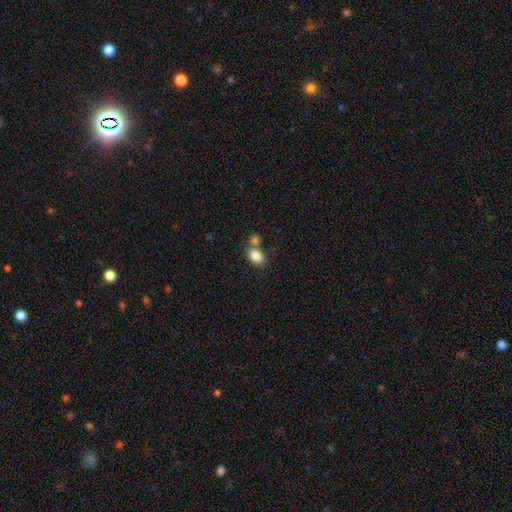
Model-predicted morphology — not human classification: This is clearly a smooth galaxy (84%). How rounded: likely in between (80%). Merging: possibly none (49%).